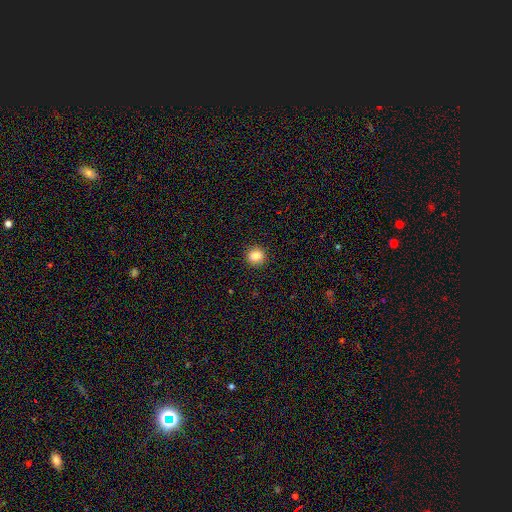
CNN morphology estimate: Smooth or featured? smooth (86%)
How rounded? round (86%)
Merging? none (91%)